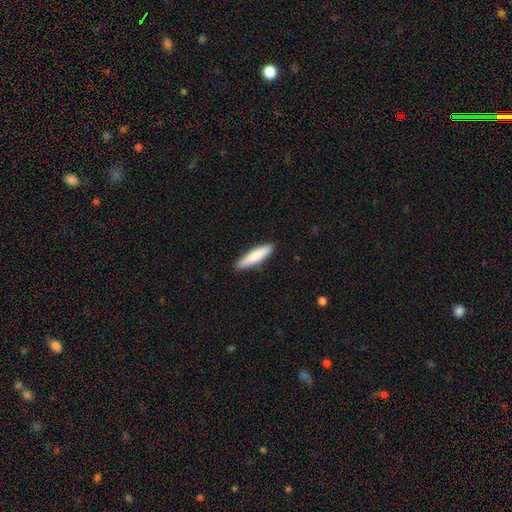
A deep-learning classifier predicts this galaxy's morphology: A smooth galaxy with no disk features (82%) that is cigar-shaped (76%).

Vote fractions:
- Smooth or featured? smooth: 82% / featured or disk: 13% / star or artifact: 5%
- How rounded? cigar-shaped: 76% / in between: 22% / round: 1%
- Merging? none: 89% / minor disturbance: 9% / major disturbance: 2% / merger: 1%